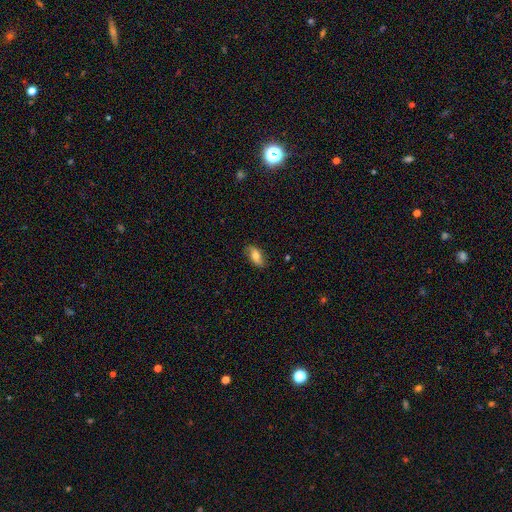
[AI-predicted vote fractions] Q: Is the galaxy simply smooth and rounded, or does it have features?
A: smooth — 69%.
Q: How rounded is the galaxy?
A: in between — 85%.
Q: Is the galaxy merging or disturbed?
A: none — 82%.